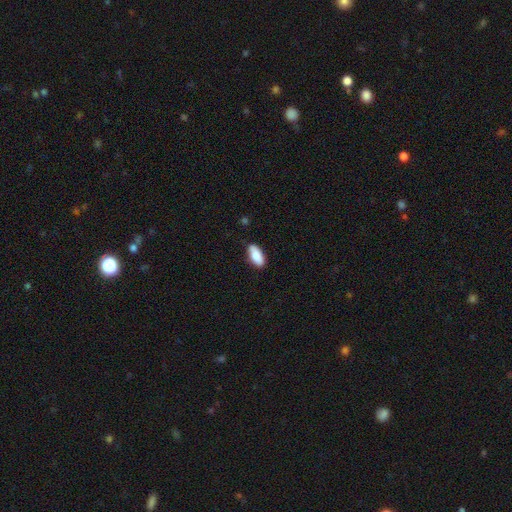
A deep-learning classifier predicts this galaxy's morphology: This is clearly a smooth galaxy (85%). How rounded: clearly in between (86%). Merging: clearly none (82%).